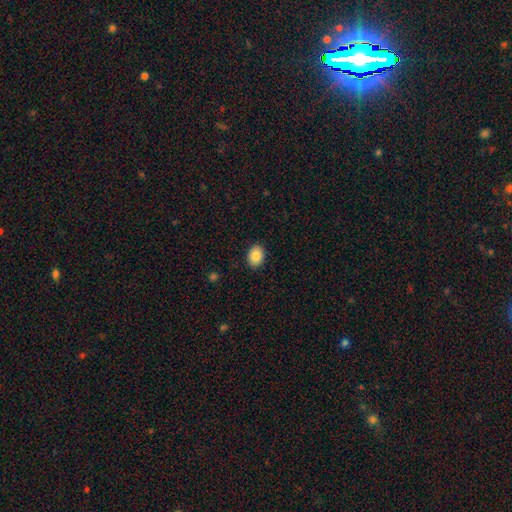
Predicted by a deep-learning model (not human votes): Overall: smooth (87%). How rounded: in between (72%). Merging: none (90%).